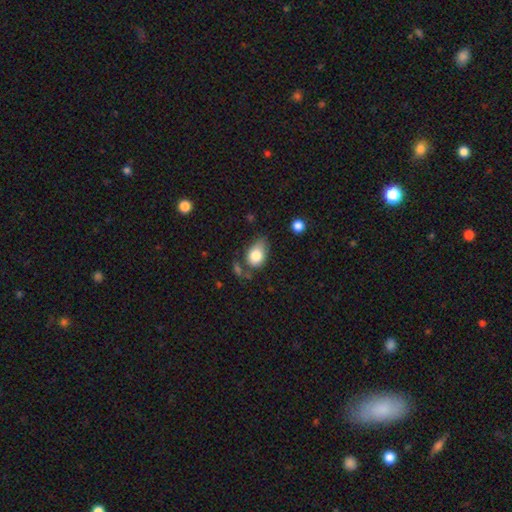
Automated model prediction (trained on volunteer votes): Smooth or featured? smooth (81%)
How rounded? in between (77%)
Merging? none (46%)